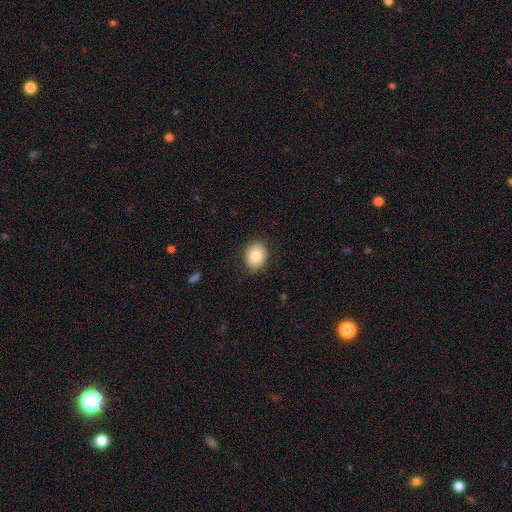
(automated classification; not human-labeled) Q: Smooth or featured?
A: smooth (83%); runner-up: featured or disk (8%)
Q: How rounded?
A: round (54%); runner-up: in between (45%)
Q: Merging?
A: none (86%); runner-up: minor disturbance (11%)